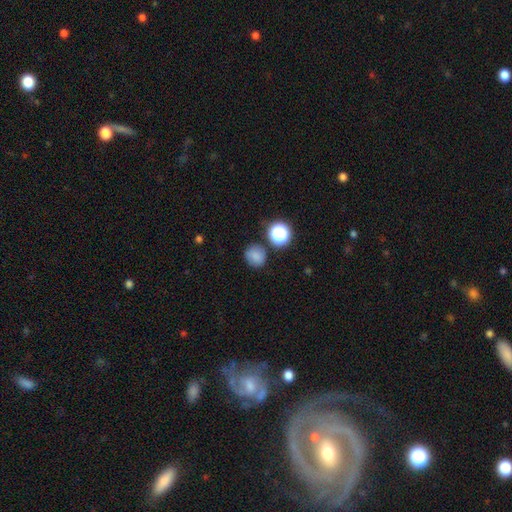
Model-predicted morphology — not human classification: This is likely a smooth galaxy (77%). How rounded: likely round (80%). Merging: likely none (78%).